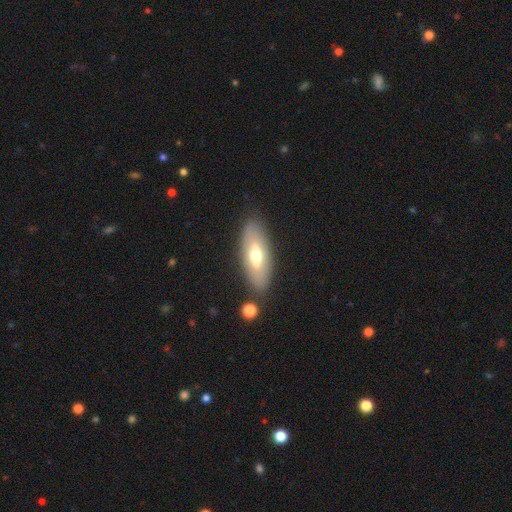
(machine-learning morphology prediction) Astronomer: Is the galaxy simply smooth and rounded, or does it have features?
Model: smooth — 54% (runner-up: featured or disk, 40%).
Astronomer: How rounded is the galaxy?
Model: in between — 76%.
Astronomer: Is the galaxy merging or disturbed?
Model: none — 81%.